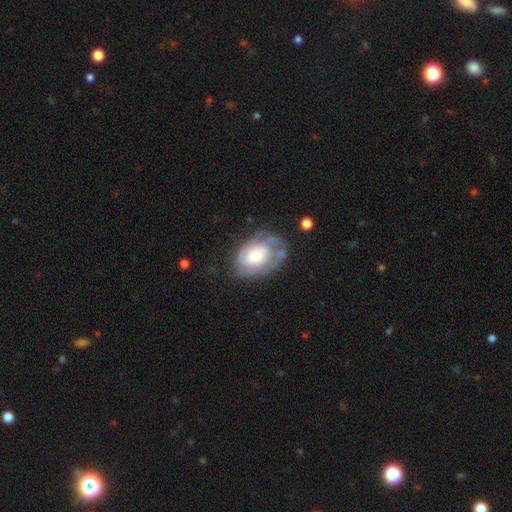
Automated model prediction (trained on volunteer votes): Smooth or featured? featured or disk (57%)
Edge-on disk? no (95%)
Bar? no (76%)
Spiral arms? yes (63%)
Bulge size? moderate (50%)
Merging? none (51%)